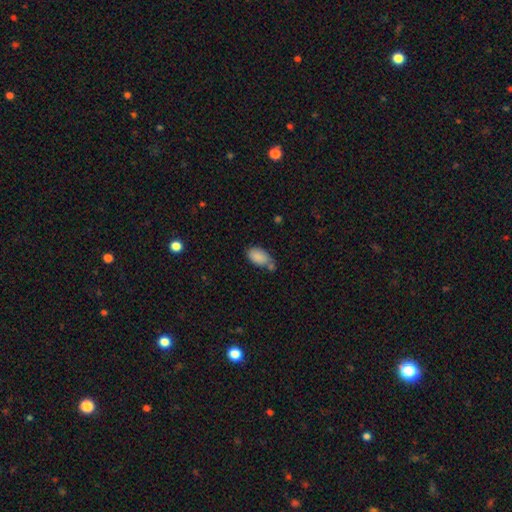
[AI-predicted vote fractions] Smooth or featured? Predicted: smooth (p=0.86). How rounded? Predicted: in between (p=0.92). Merging? Predicted: none (p=0.49).